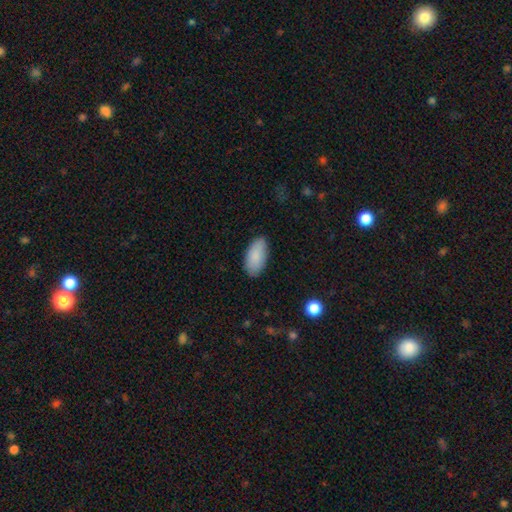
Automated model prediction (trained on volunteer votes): A smooth galaxy with no disk features (88%) that is in between round and cigar-shaped (94%).

Vote fractions:
- Smooth or featured? smooth: 88% / star or artifact: 6% / featured or disk: 6%
- How rounded? in between: 94% / cigar-shaped: 4% / round: 2%
- Merging? none: 85% / minor disturbance: 12% / major disturbance: 2% / merger: 1%